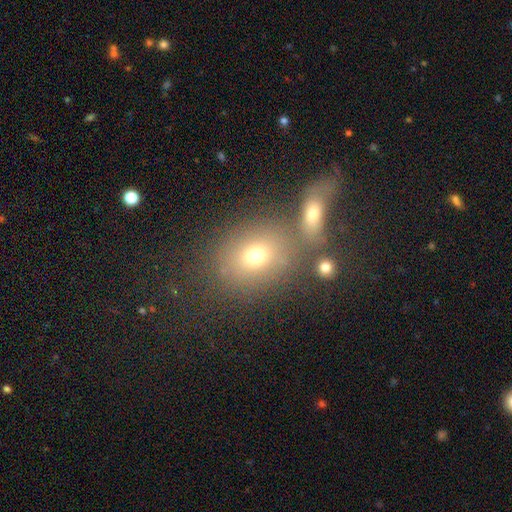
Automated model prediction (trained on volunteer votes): A smooth galaxy with no disk features (70%) that is in between round and cigar-shaped (50%).

Vote fractions:
- Smooth or featured? smooth: 70% / featured or disk: 16% / star or artifact: 14%
- How rounded? in between: 50% / round: 49% / cigar-shaped: 2%
- Merging? none: 57% / merger: 24% / minor disturbance: 12% / major disturbance: 7%